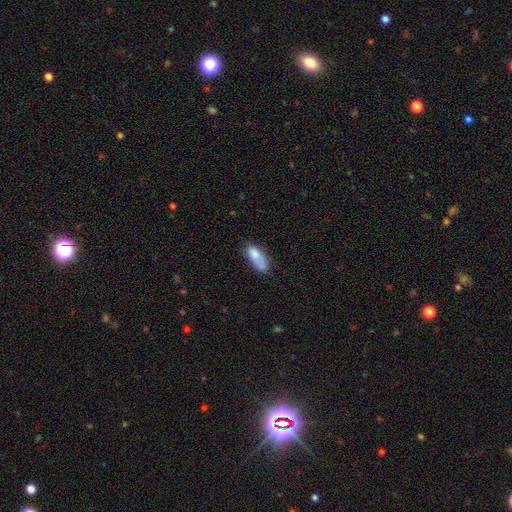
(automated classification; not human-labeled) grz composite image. It shows a smooth galaxy with no disk features (73%) that is in between round and cigar-shaped (81%). Merging: none (41%).